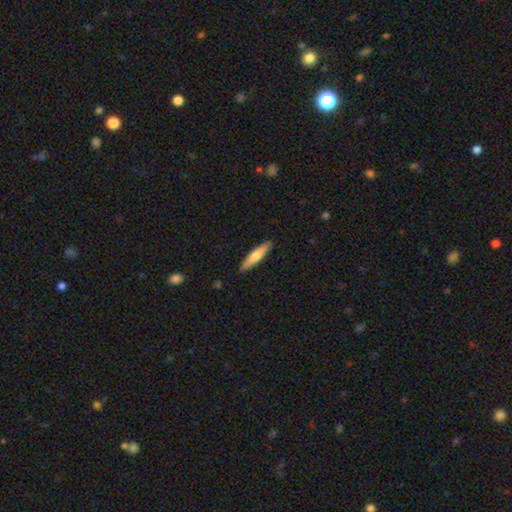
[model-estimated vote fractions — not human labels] A smooth galaxy with no disk features (61%) that is cigar-shaped (85%).

Vote fractions:
- Smooth or featured? smooth: 61% / featured or disk: 34% / star or artifact: 5%
- How rounded? cigar-shaped: 85% / in between: 14% / round: 1%
- Merging? none: 91% / minor disturbance: 7% / major disturbance: 1% / merger: 1%